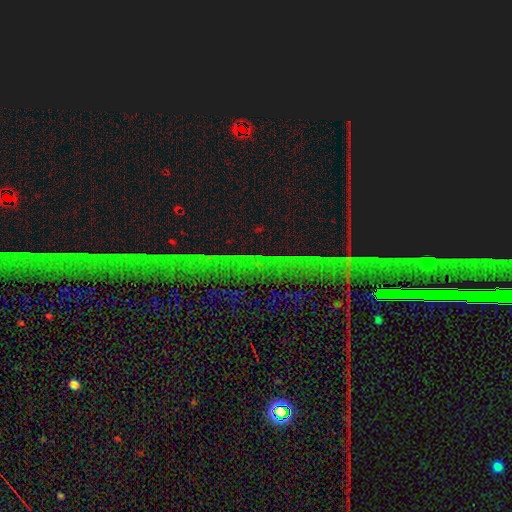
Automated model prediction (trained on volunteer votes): This is clearly a star or artifact rather than a galaxy (85%).